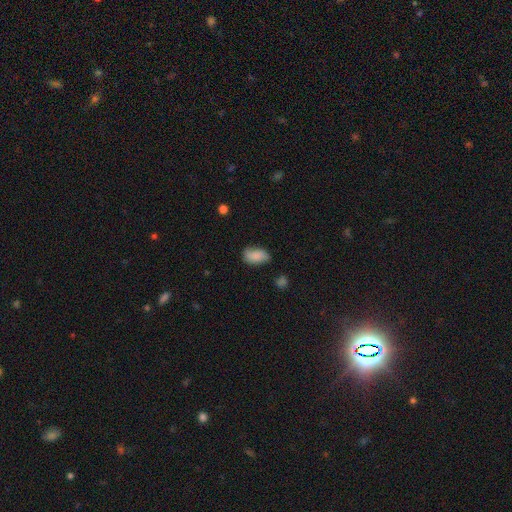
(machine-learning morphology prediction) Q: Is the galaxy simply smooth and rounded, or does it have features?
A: smooth — 83%.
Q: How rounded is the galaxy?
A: in between — 92%.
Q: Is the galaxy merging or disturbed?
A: none — 63%.